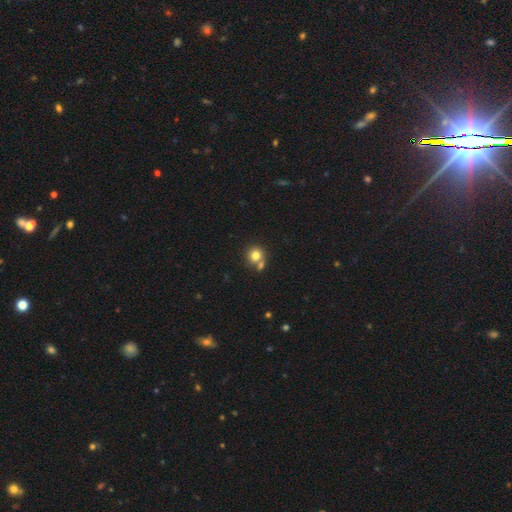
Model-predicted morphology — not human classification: Smooth or featured: smooth — 80% (star or artifact — 12%)
How rounded: round — 89% (in between — 10%)
Merging: none — 60% (merger — 28%)